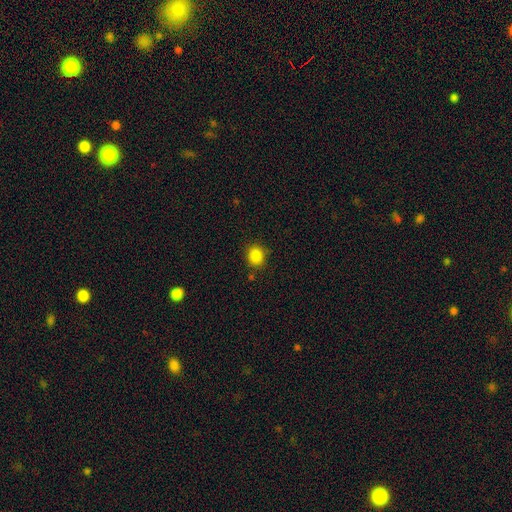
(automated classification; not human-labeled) This is clearly a smooth galaxy (86%). How rounded: likely round (76%). Merging: clearly none (85%).